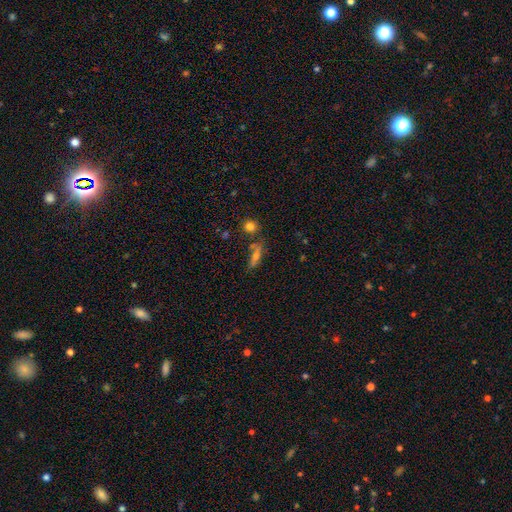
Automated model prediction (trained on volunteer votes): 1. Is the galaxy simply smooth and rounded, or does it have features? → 44% smooth, 38% featured or disk, 18% star or artifact.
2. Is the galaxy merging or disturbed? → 55% none, 20% minor disturbance, 13% merger, 12% major disturbance.